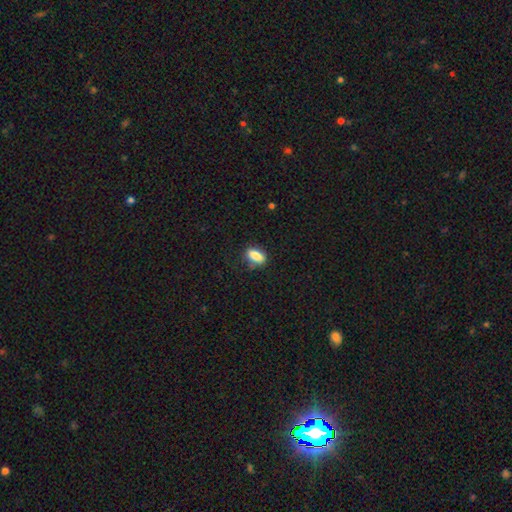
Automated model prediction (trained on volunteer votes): smooth-or-featured: smooth: 85% | star or artifact: 8% | featured or disk: 7%
  how-rounded: in between: 83% | cigar-shaped: 10% | round: 6%
  merging: none: 76% | minor disturbance: 18% | major disturbance: 4% | merger: 2%